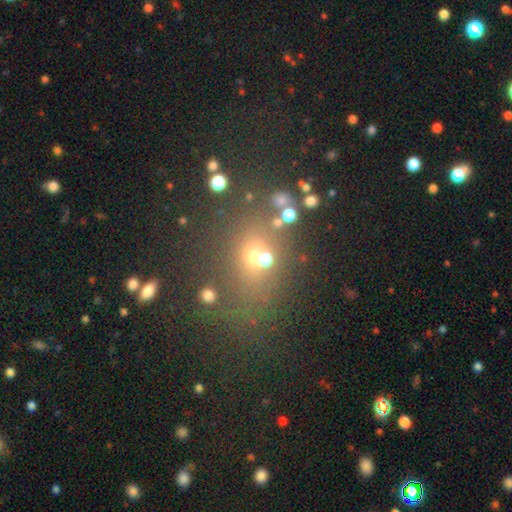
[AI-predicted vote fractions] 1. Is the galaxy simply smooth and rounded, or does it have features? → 51% smooth, 32% star or artifact, 16% featured or disk.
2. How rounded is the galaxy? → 57% round, 40% in between, 2% cigar-shaped.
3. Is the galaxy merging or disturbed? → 57% none, 20% merger, 13% minor disturbance, 10% major disturbance.